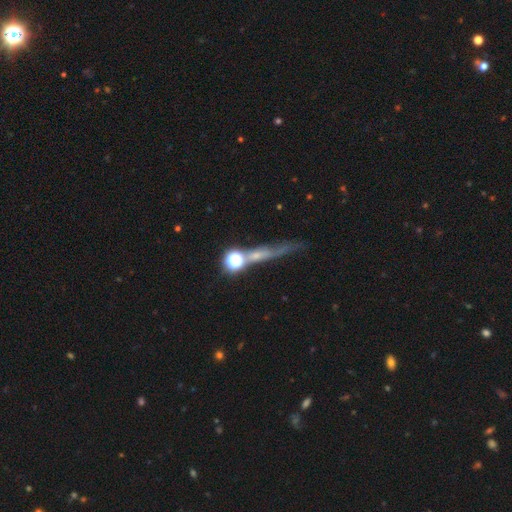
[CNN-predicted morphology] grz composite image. It shows a smooth galaxy with no disk features (37%). Merging: none (56%).